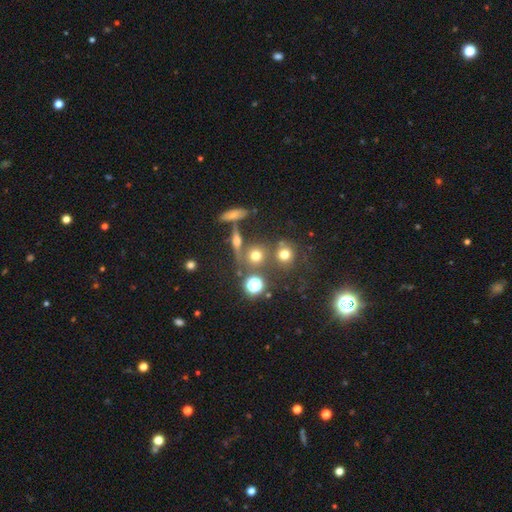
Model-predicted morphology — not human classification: Overall: smooth (61%; star or artifact 22%). How rounded: round (83%). Merging: none (65%).